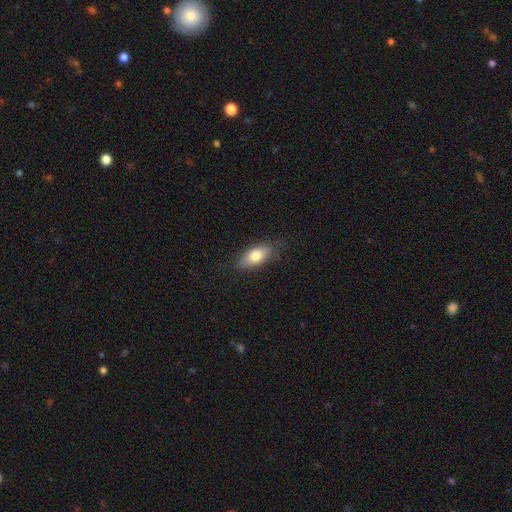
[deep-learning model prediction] Overall: smooth (76%). How rounded: in between (84%). Merging: none (78%).